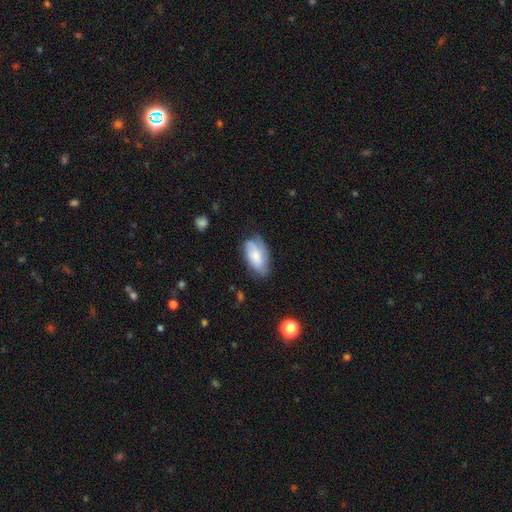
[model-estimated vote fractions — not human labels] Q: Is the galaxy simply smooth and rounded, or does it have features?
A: smooth — 52%.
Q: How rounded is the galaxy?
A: in between — 91%.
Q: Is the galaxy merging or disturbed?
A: none — 58%.